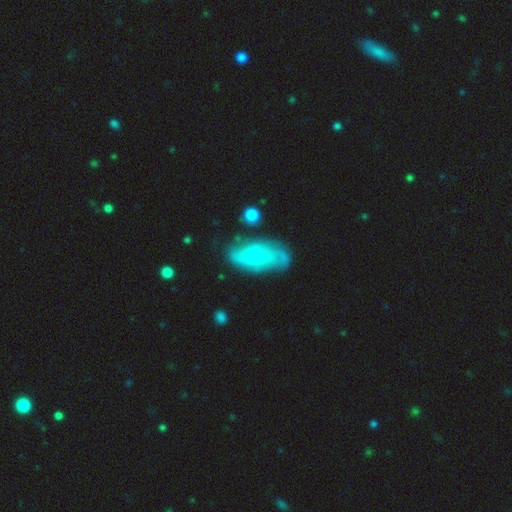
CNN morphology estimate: This appears to be a featured or disk galaxy (65%) with a weak bar (48%), spiral arms (82%) and a small central bulge (54%). Merging: none (65%).